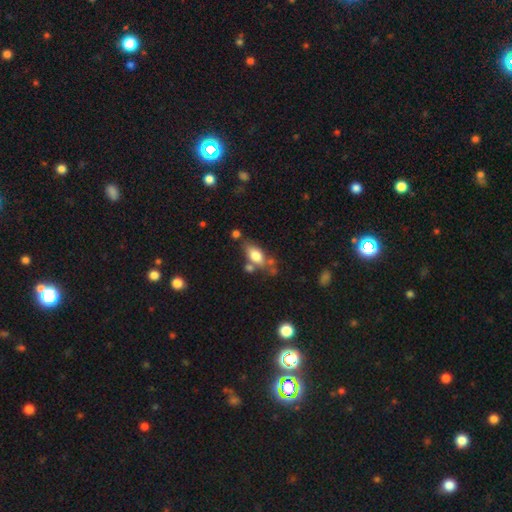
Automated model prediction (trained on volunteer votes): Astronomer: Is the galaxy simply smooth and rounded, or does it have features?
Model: smooth — 72%.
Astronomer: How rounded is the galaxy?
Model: in between — 82%.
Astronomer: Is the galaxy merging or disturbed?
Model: none — 55%.